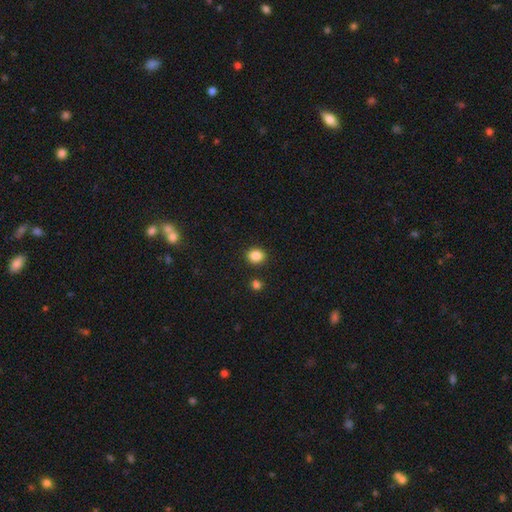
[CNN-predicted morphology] This appears to be a smooth galaxy with no disk features (86%) that is round (74%). Merging: none (87%).